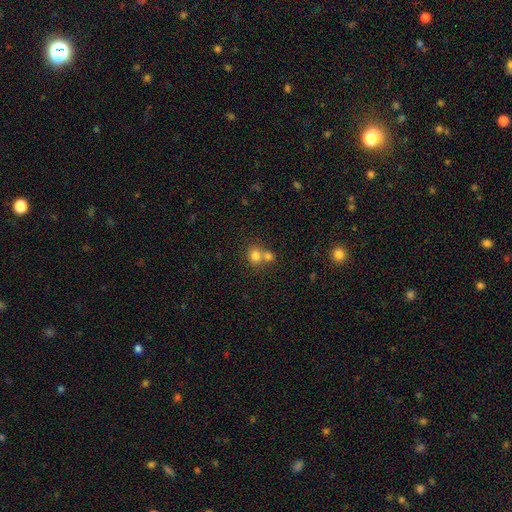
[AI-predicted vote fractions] smooth 79%, star or artifact 12%, featured or disk 10%. Down the decision tree: how rounded — round (72%); merging — merger (52%).